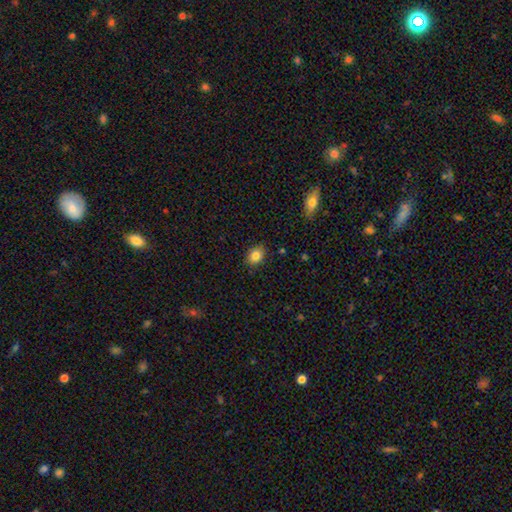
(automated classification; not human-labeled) This appears to be a smooth galaxy with no disk features (83%) that is in between round and cigar-shaped (58%). Merging: none (87%).